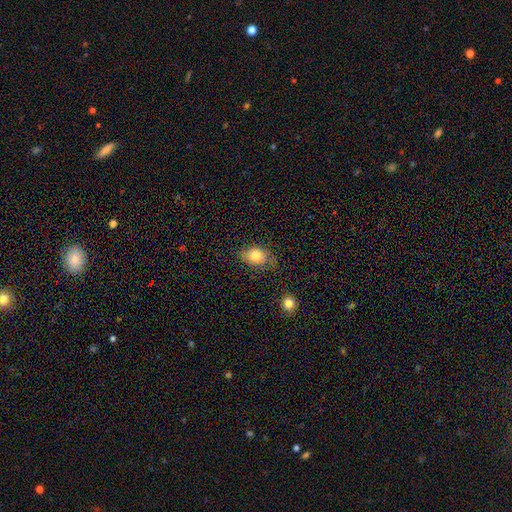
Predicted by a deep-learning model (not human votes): A smooth galaxy with no disk features (78%) that is in between round and cigar-shaped (68%).

Vote fractions:
- Smooth or featured? smooth: 78% / featured or disk: 13% / star or artifact: 9%
- How rounded? in between: 68% / round: 31% / cigar-shaped: 1%
- Merging? none: 69% / minor disturbance: 23% / major disturbance: 6% / merger: 2%